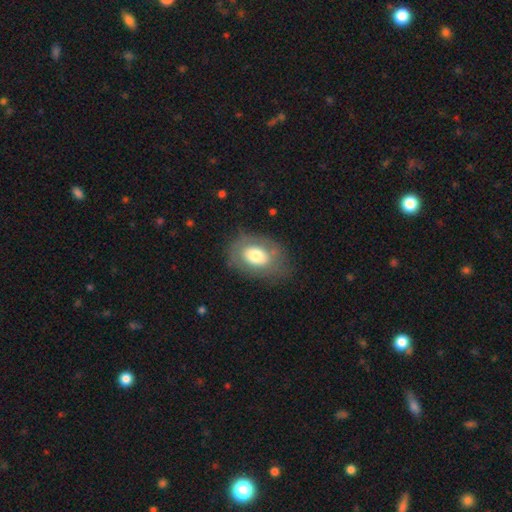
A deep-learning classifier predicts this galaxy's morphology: Smooth or featured? smooth (61%)
How rounded? in between (79%)
Merging? none (69%)